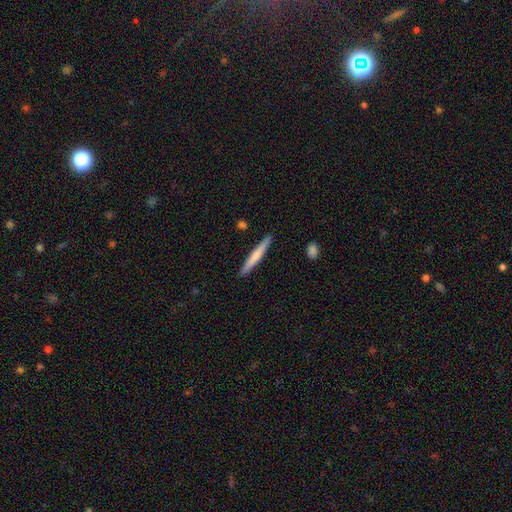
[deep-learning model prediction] smooth_or_featured: smooth (p=0.63) [alt: featured or disk p=0.32]
how_rounded: cigar-shaped (p=0.96) [alt: in between p=0.03]
merging: none (p=0.91) [alt: minor disturbance p=0.07]